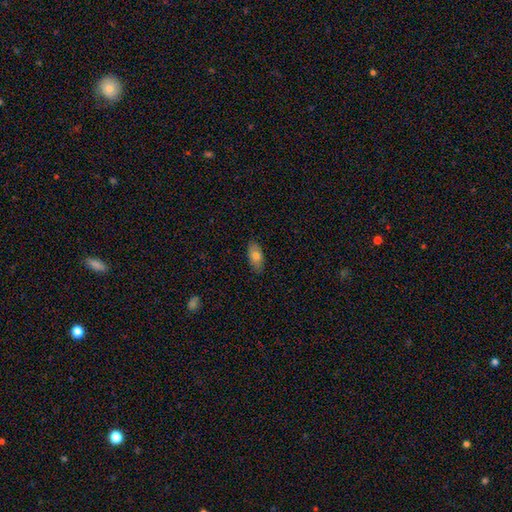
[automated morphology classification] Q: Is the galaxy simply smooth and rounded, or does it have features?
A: smooth — 77%.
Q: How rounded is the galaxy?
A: in between — 90%.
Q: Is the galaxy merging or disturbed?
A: none — 85%.